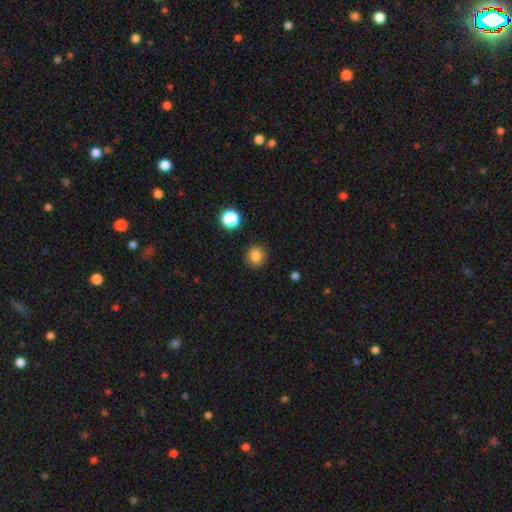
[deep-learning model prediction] A smooth galaxy with no disk features (83%) that is round (88%).

Vote fractions:
- Smooth or featured? smooth: 83% / star or artifact: 12% / featured or disk: 5%
- How rounded? round: 88% / in between: 11% / cigar-shaped: 1%
- Merging? none: 88% / minor disturbance: 8% / major disturbance: 2% / merger: 2%